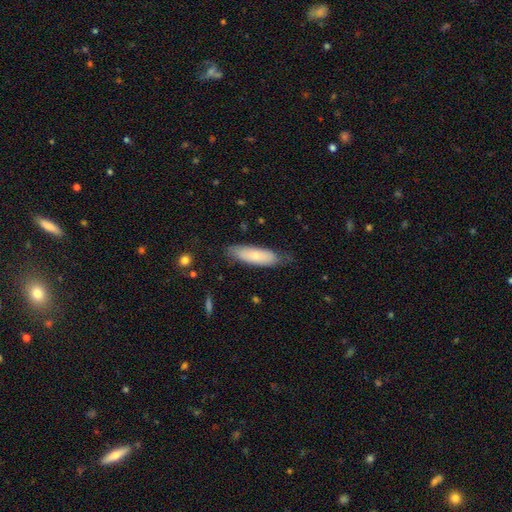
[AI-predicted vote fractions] Overall: smooth (71%). How rounded: cigar-shaped (49%, tied with in between). Merging: none (72%).